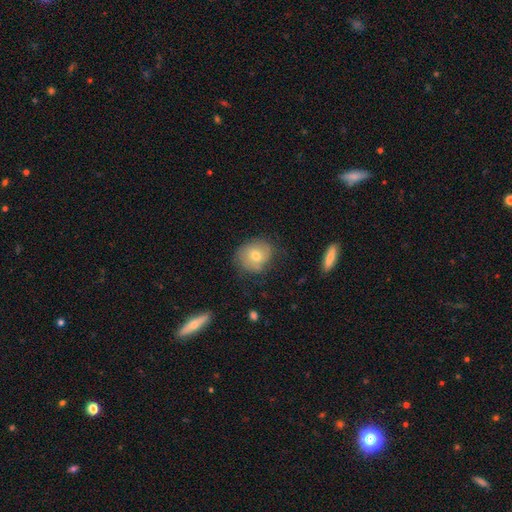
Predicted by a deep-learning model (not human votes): Smooth or featured: smooth — 65% (featured or disk — 26%)
How rounded: round — 69% (in between — 30%)
Merging: none — 67% (minor disturbance — 24%)